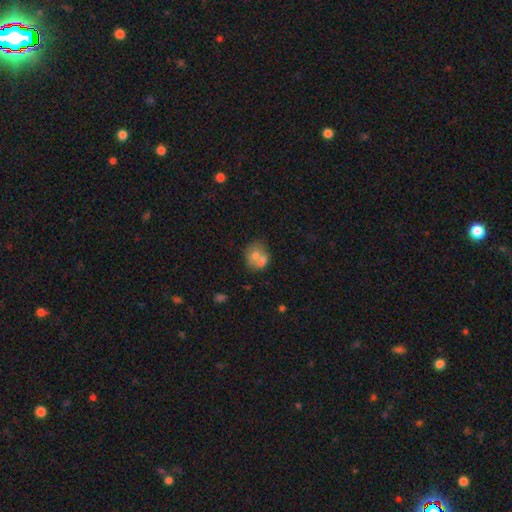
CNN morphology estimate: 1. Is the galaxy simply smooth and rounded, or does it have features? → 66% smooth, 25% featured or disk, 9% star or artifact.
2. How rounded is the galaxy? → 66% round, 33% in between, 1% cigar-shaped.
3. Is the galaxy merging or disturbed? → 45% merger, 37% none, 13% minor disturbance, 5% major disturbance.